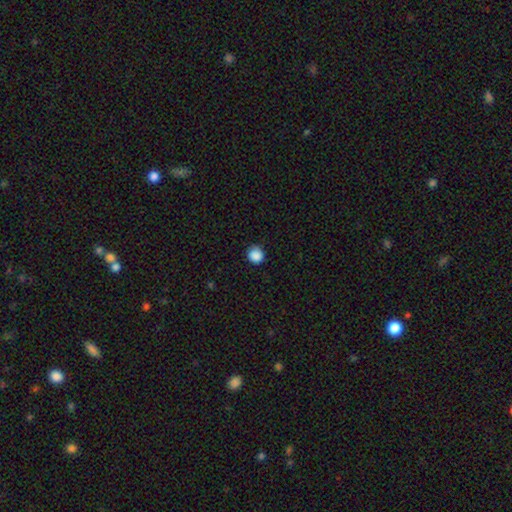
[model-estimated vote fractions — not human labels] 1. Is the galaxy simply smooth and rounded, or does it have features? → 88% smooth, 9% star or artifact, 3% featured or disk.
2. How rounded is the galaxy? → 88% round, 11% in between, 1% cigar-shaped.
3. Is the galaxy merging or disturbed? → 82% none, 14% minor disturbance, 3% major disturbance, 1% merger.